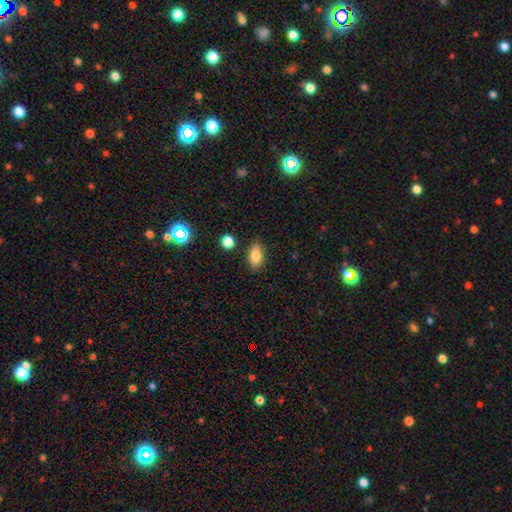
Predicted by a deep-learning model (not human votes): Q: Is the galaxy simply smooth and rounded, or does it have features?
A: smooth — 84%.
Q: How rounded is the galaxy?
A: in between — 87%.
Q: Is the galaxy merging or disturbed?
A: none — 84%.